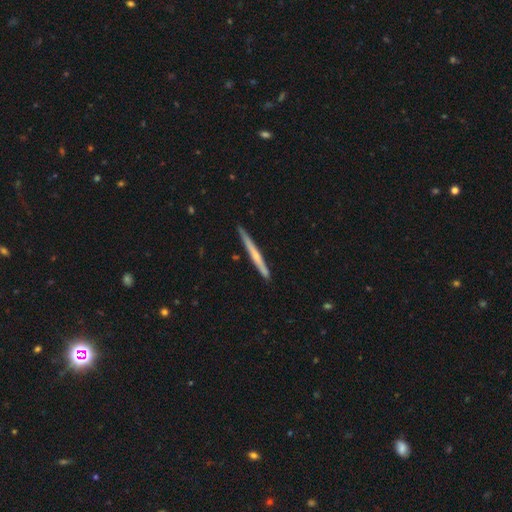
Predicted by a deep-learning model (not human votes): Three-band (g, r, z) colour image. It shows a featured or disk galaxy (54%) viewed edge-on (97%) with no central bulge (56%). Merging: none (88%).